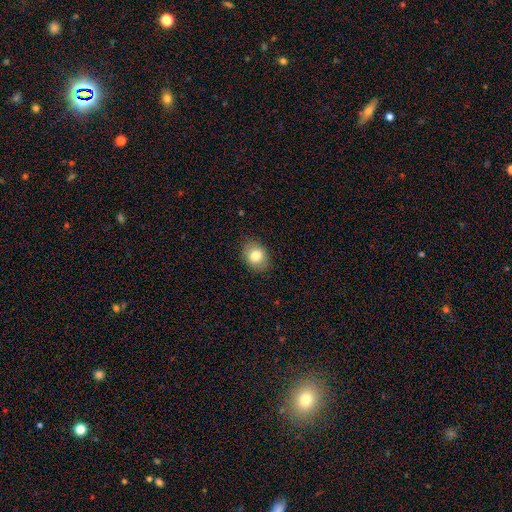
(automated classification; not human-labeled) A smooth galaxy with no disk features (80%) that is round (50%). Merging: none (85%).